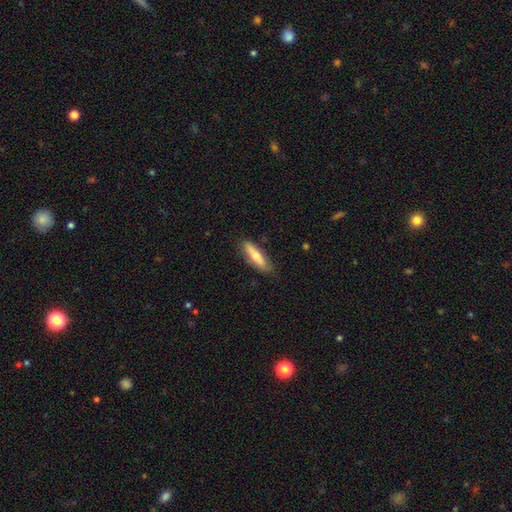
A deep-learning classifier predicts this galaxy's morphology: This appears to be a smooth galaxy with no disk features (56%) that is cigar-shaped (66%). Merging: none (83%).